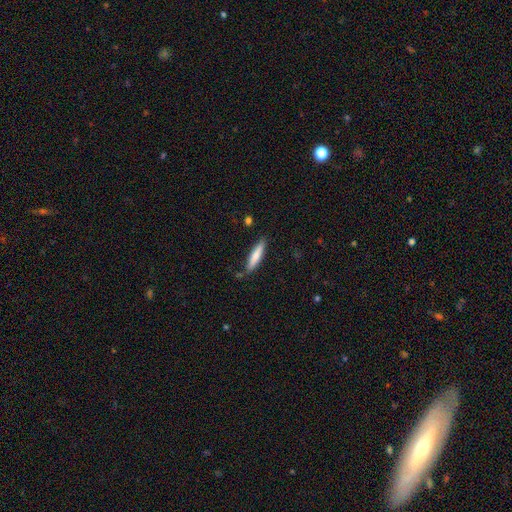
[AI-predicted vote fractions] Smooth or featured?
  - smooth: 71% *
  - featured or disk: 23%
  - star or artifact: 6%
How rounded?
  - cigar-shaped: 84% *
  - in between: 14%
  - round: 1%
Merging?
  - none: 81% *
  - minor disturbance: 13%
  - merger: 3%
  - major disturbance: 2%